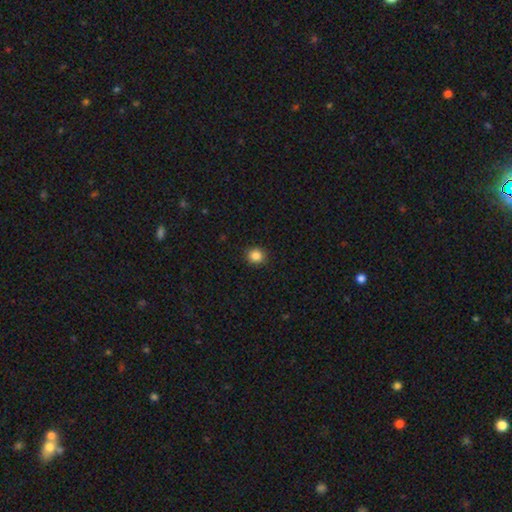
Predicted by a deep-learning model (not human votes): Morphology: type=smooth (86%); roundness=round (87%); merging=none (91%).